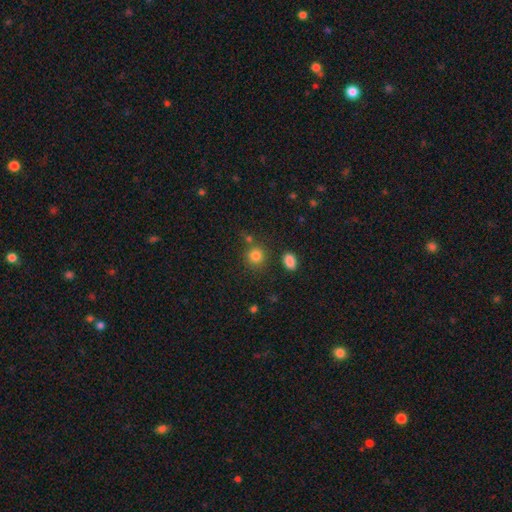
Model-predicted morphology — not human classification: Smooth or featured? Predicted: smooth (p=0.82). How rounded? Predicted: round (p=0.86). Merging? Predicted: none (p=0.76).